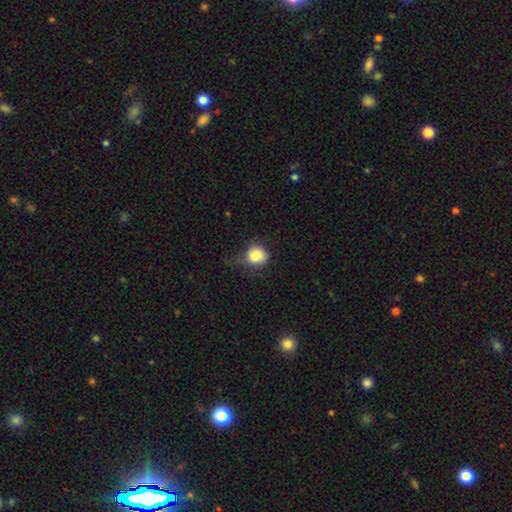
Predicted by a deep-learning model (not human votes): Smooth or featured?
  - smooth: 76% *
  - featured or disk: 13%
  - star or artifact: 10%
How rounded?
  - round: 69% *
  - in between: 30%
  - cigar-shaped: 1%
Merging?
  - none: 40% *
  - minor disturbance: 30%
  - major disturbance: 17%
  - merger: 13%